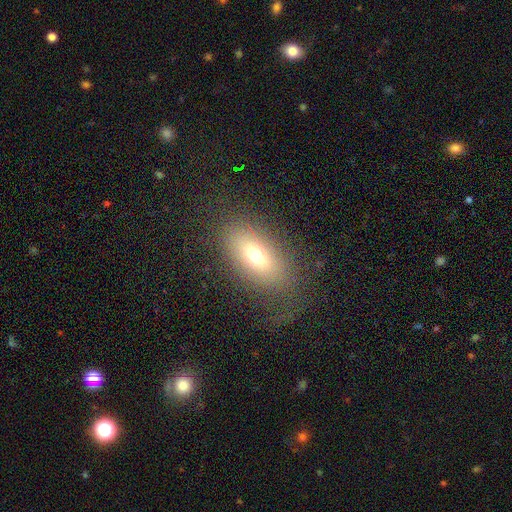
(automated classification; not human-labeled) smooth-or-featured: smooth: 67% | featured or disk: 21% | star or artifact: 13%
  how-rounded: in between: 84% | round: 9% | cigar-shaped: 7%
  merging: none: 73% | minor disturbance: 14% | major disturbance: 12% | merger: 1%